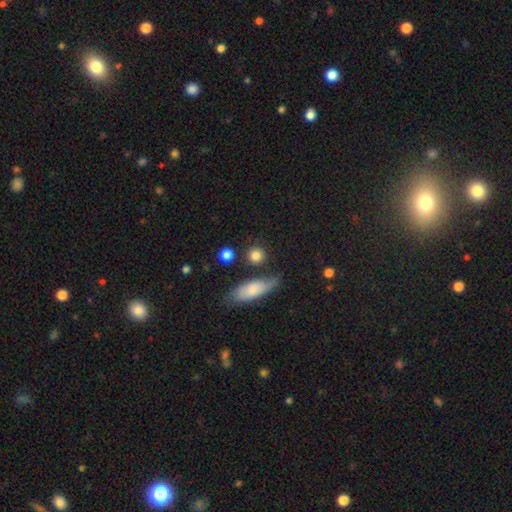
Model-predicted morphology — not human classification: Smooth or featured: smooth — 84% (star or artifact — 9%)
How rounded: round — 87% (in between — 10%)
Merging: none — 78% (minor disturbance — 10%)